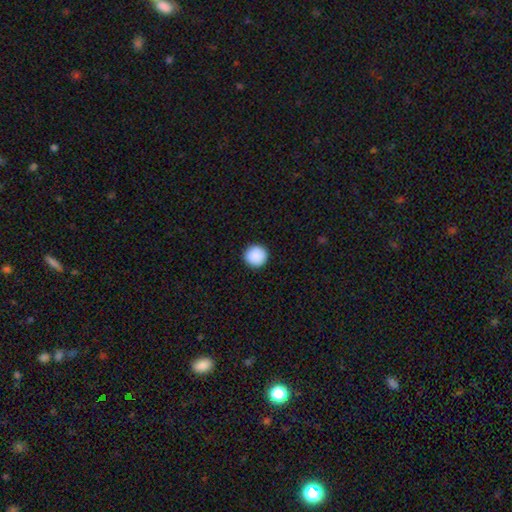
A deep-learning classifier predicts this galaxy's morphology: Smooth or featured? Predicted: smooth (p=0.90). How rounded? Predicted: round (p=0.96). Merging? Predicted: none (p=0.93).